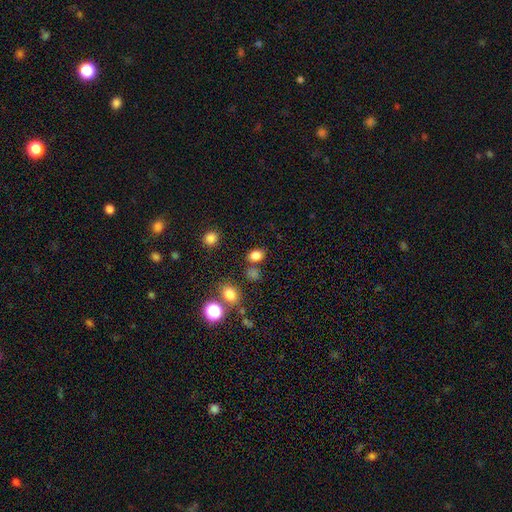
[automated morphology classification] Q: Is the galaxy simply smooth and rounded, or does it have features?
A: smooth — 80%.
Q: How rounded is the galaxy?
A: in between — 66%.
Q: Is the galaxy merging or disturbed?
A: none — 73%.